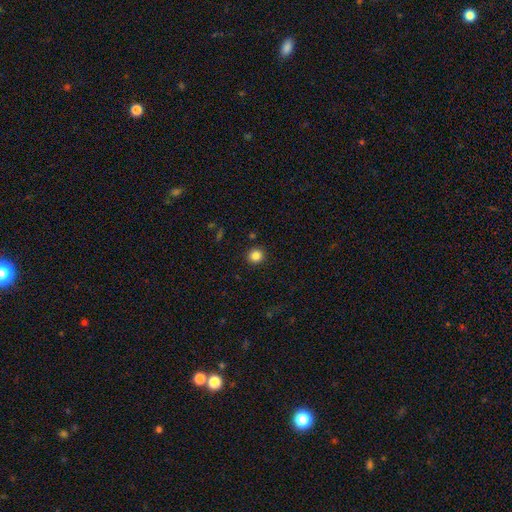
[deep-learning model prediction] Overall: smooth (84%). How rounded: round (92%). Merging: none (92%).